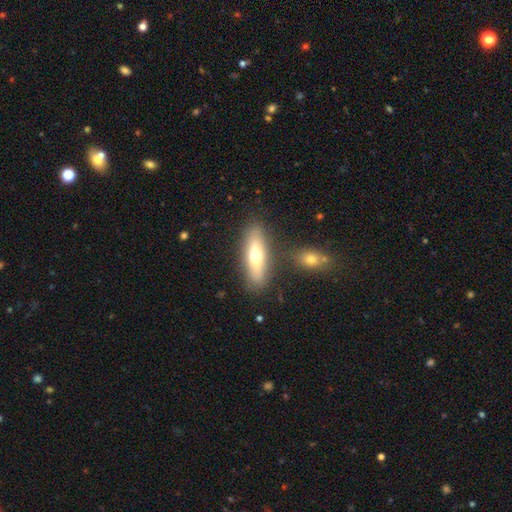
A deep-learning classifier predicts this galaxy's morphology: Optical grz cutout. It shows a smooth galaxy with no disk features (58%) that is cigar-shaped (54%). Merging: none (80%).